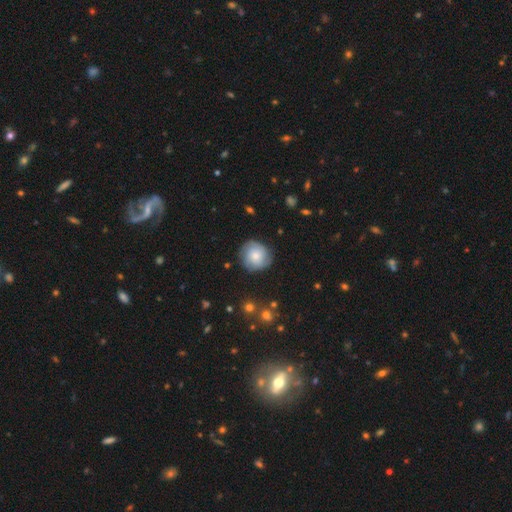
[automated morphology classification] smooth-or-featured: smooth: 50% | featured or disk: 42% | star or artifact: 8%
  merging: none: 81% | minor disturbance: 14% | major disturbance: 4% | merger: 1%